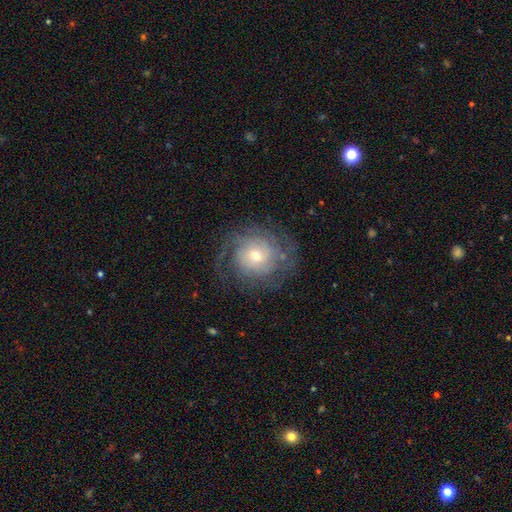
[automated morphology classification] smooth_or_featured: featured or disk (p=0.72) [alt: smooth p=0.19]
disk_edge_on: no (p=0.97) [alt: yes p=0.03]
bar: no (p=0.72) [alt: weak p=0.23]
has_spiral_arms: yes (p=0.87) [alt: no p=0.13]
spiral_winding: tight (p=0.57) [alt: medium p=0.30]
spiral_arm_count: can't tell (p=0.43) [alt: 2 p=0.22]
bulge_size: small (p=0.51) [alt: moderate p=0.42]
merging: none (p=0.71) [alt: minor disturbance p=0.15]